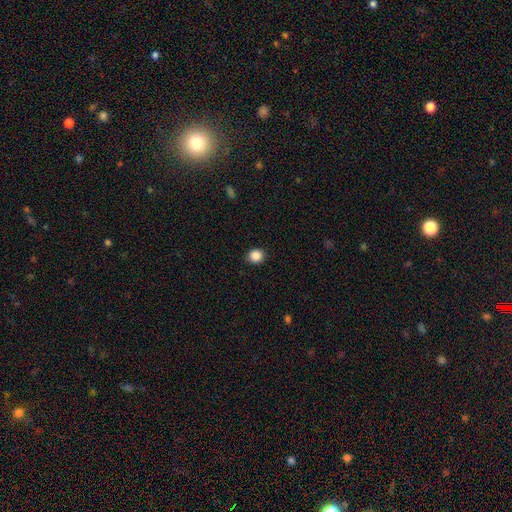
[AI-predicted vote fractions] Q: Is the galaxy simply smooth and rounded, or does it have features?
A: smooth — 87%.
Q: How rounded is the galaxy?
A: round — 77%.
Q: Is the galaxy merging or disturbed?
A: none — 91%.